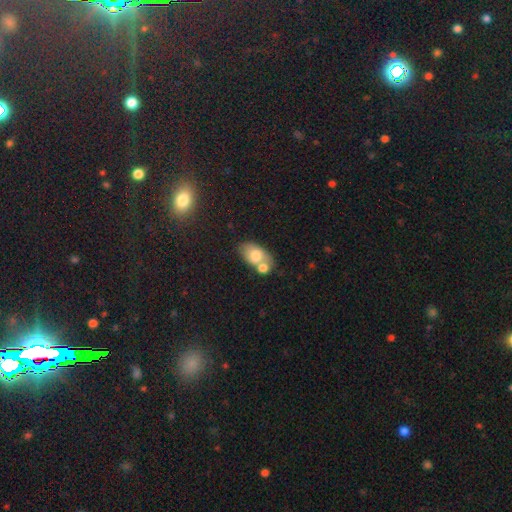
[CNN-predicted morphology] Overall: smooth (71%). How rounded: in between (87%). Merging: none (41%; merger 40%).